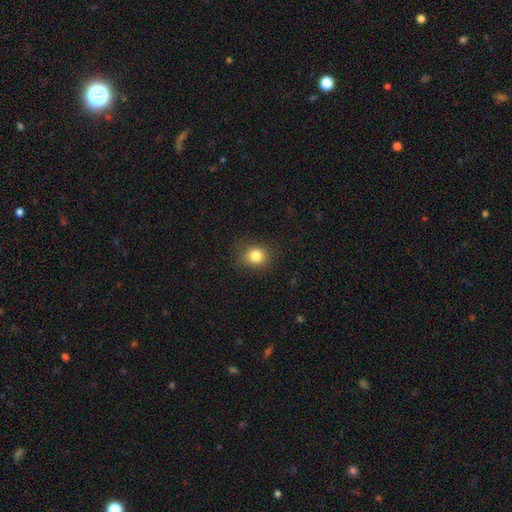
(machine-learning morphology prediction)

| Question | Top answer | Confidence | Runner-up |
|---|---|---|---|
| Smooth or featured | smooth | 83% | star or artifact (11%) |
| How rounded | round | 75% | in between (24%) |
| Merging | none | 83% | minor disturbance (12%) |